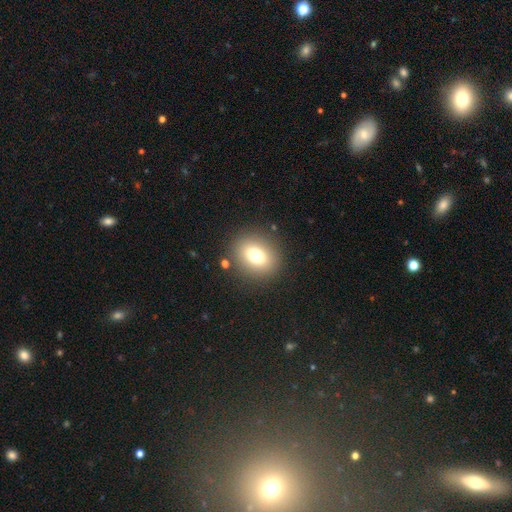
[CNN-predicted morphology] Q: Smooth or featured?
A: smooth (74%); runner-up: featured or disk (13%)
Q: How rounded?
A: round (60%); runner-up: in between (39%)
Q: Merging?
A: none (86%); runner-up: minor disturbance (8%)